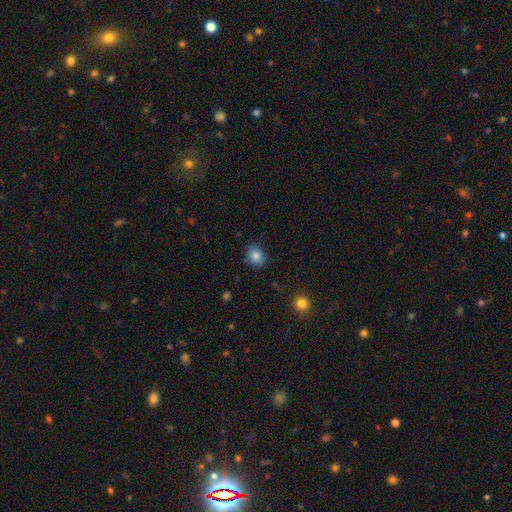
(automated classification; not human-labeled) This appears to be a smooth galaxy with no disk features (84%) that is round (62%). Merging: none (85%).